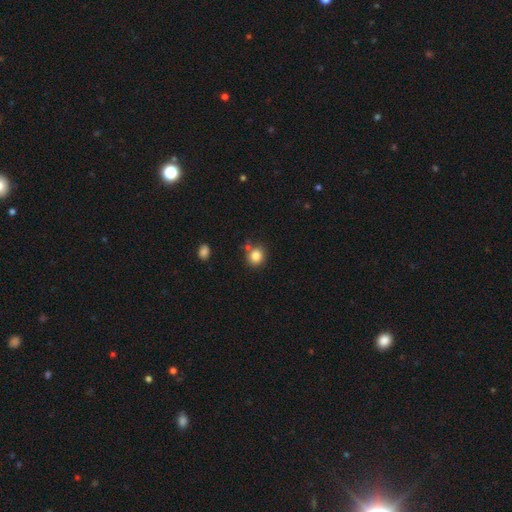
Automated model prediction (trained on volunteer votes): Overall: smooth (83%). How rounded: round (85%). Merging: none (74%).